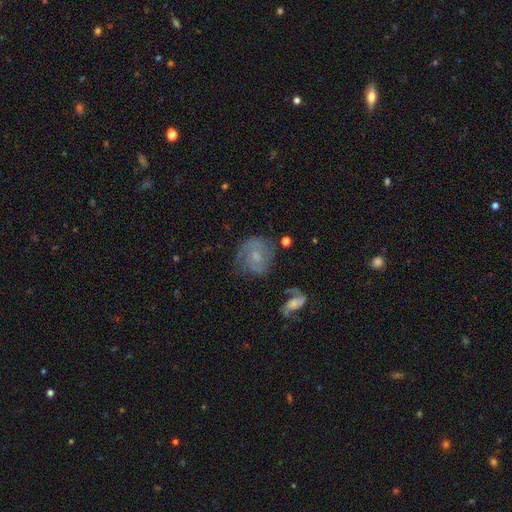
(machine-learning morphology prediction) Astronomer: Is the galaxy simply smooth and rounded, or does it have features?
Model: featured or disk — 68%.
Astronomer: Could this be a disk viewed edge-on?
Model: no — 97%.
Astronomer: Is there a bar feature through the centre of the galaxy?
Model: no — 52% (runner-up: weak, 40%).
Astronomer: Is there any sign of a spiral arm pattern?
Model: yes — 87%.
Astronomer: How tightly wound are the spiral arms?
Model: tight — 48% (runner-up: medium, 37%).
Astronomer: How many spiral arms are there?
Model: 2 — 52%.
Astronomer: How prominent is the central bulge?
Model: small — 51% (runner-up: moderate, 36%).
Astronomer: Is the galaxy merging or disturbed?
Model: none — 65%.